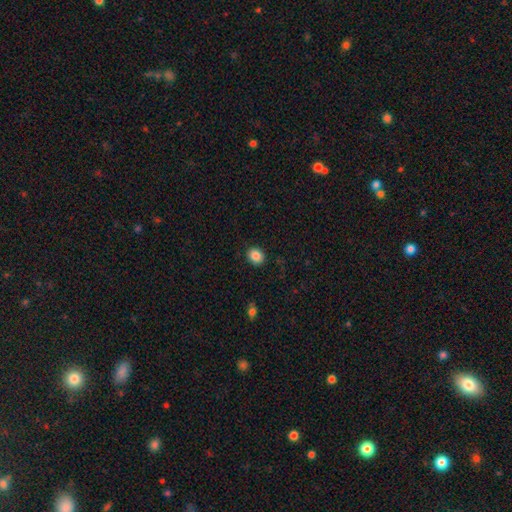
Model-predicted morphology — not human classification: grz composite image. It shows a smooth galaxy with no disk features (86%) that is round (65%). Merging: none (90%).